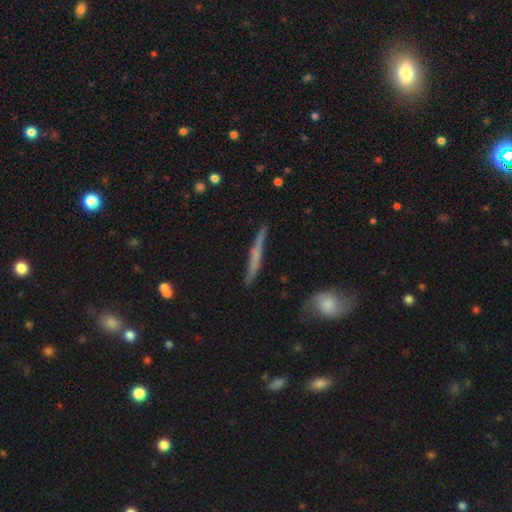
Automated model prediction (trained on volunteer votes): Smooth or featured?
  - featured or disk: 55% *
  - smooth: 38%
  - star or artifact: 7%
Edge-on disk?
  - yes: 93% *
  - no: 7%
Edge-on bulge?
  - none: 68% *
  - rounded: 22%
  - boxy: 10%
Merging?
  - none: 83% *
  - minor disturbance: 12%
  - major disturbance: 3%
  - merger: 2%